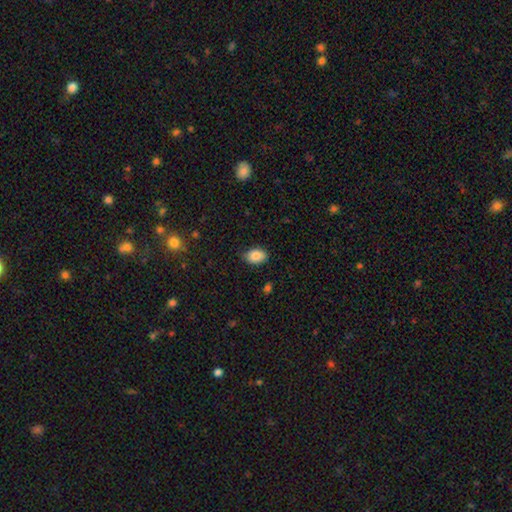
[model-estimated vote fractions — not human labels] Smooth or featured: smooth — 86% (star or artifact — 8%)
How rounded: in between — 84% (round — 15%)
Merging: none — 84% (minor disturbance — 13%)